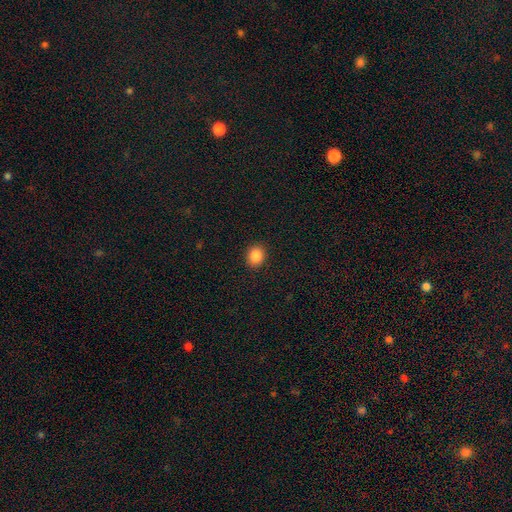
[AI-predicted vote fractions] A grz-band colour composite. It shows a smooth galaxy with no disk features (87%) that is round (67%). Merging: none (91%).